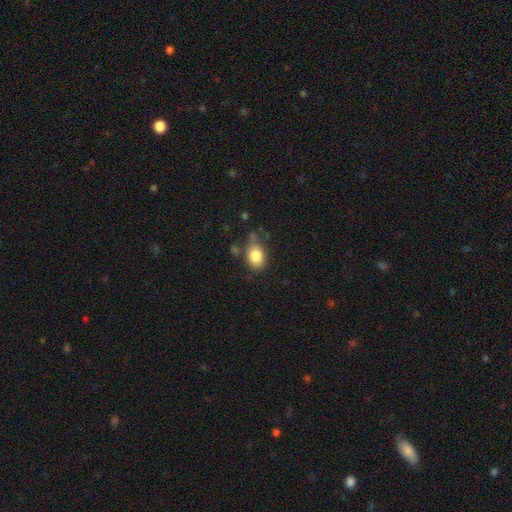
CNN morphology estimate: A smooth galaxy with no disk features (81%) that is in between round and cigar-shaped (72%).

Vote fractions:
- Smooth or featured? smooth: 81% / featured or disk: 10% / star or artifact: 9%
- How rounded? in between: 72% / round: 27% / cigar-shaped: 1%
- Merging? none: 60% / minor disturbance: 26% / major disturbance: 8% / merger: 7%